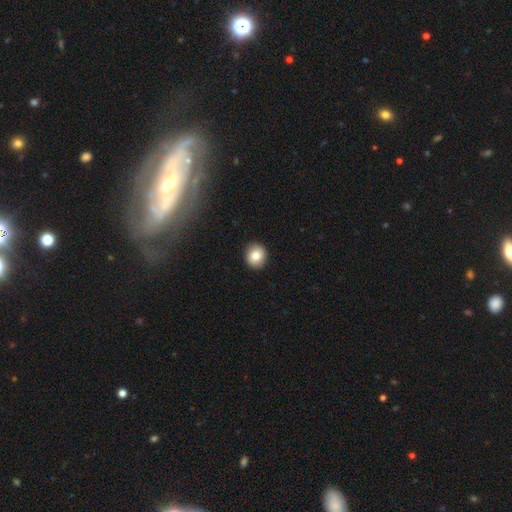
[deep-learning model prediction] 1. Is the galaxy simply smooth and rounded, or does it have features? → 81% smooth, 10% featured or disk, 9% star or artifact.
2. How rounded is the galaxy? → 86% round, 13% in between, 1% cigar-shaped.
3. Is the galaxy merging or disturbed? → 91% none, 6% minor disturbance, 2% major disturbance, 1% merger.